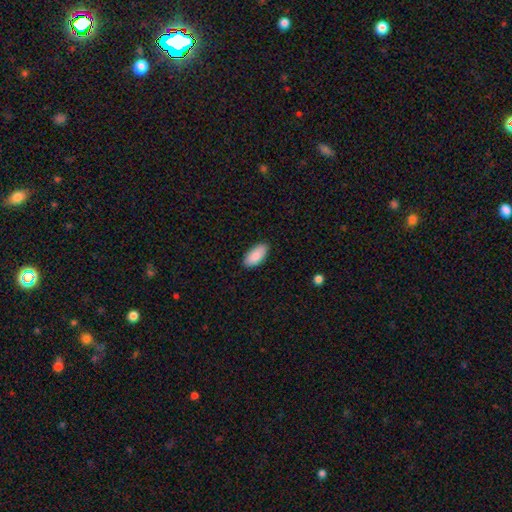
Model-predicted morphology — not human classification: type=smooth (89%); roundness=in between (93%); merging=none (88%).